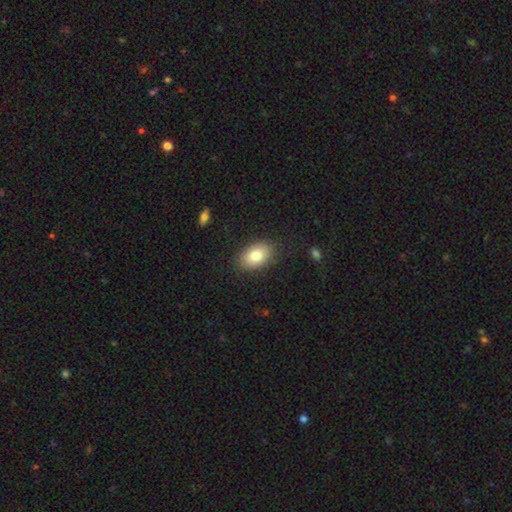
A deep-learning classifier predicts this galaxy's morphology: Q: Smooth or featured?
A: smooth (81%); runner-up: featured or disk (11%)
Q: How rounded?
A: in between (88%); runner-up: round (11%)
Q: Merging?
A: none (85%); runner-up: minor disturbance (11%)